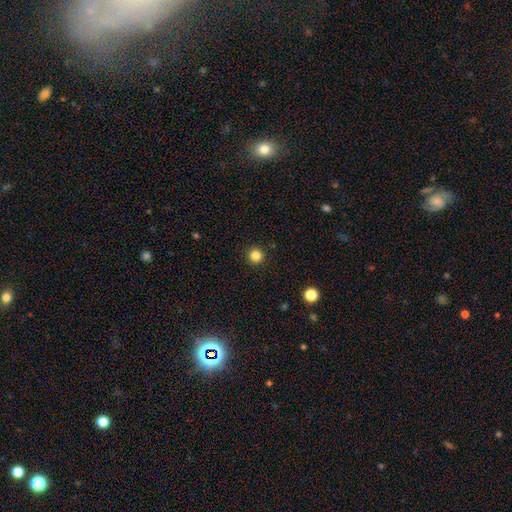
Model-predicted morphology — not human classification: Smooth or featured? smooth (84%)
How rounded? round (96%)
Merging? none (93%)